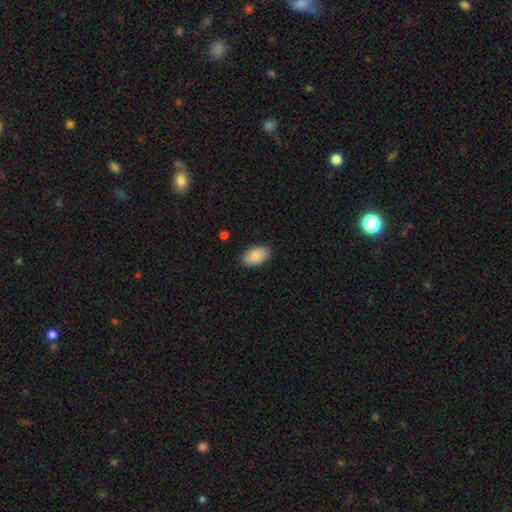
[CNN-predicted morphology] Smooth or featured?
  - smooth: 87% *
  - featured or disk: 6%
  - star or artifact: 6%
How rounded?
  - in between: 94% *
  - round: 4%
  - cigar-shaped: 1%
Merging?
  - none: 88% *
  - minor disturbance: 9%
  - major disturbance: 2%
  - merger: 1%